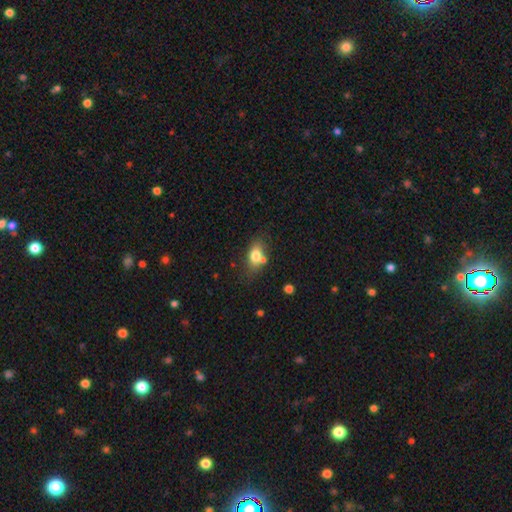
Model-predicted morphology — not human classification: A smooth galaxy with no disk features (76%) that is in between round and cigar-shaped (79%).

Vote fractions:
- Smooth or featured? smooth: 76% / featured or disk: 15% / star or artifact: 9%
- How rounded? in between: 79% / round: 17% / cigar-shaped: 5%
- Merging? none: 59% / merger: 19% / minor disturbance: 16% / major disturbance: 5%